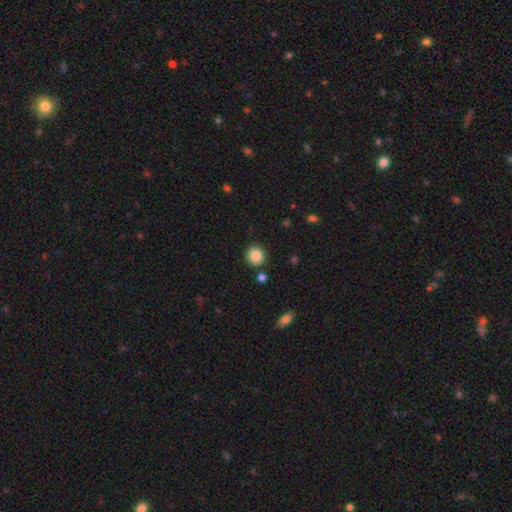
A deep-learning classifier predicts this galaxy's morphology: This is clearly a smooth galaxy (86%). How rounded: clearly round (89%). Merging: clearly none (86%).